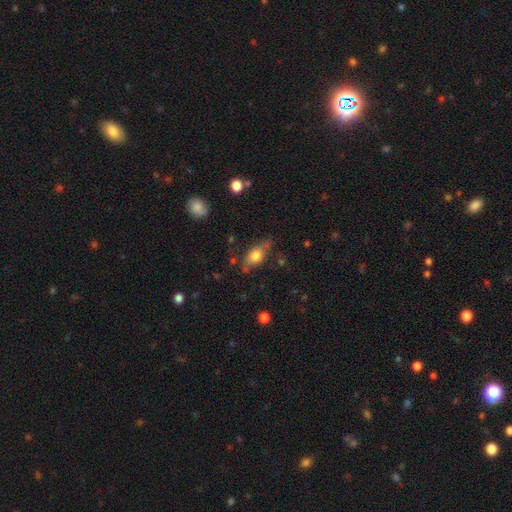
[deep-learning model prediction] This appears to be a smooth galaxy with no disk features (67%) that is in between round and cigar-shaped (77%). Merging: none (67%).